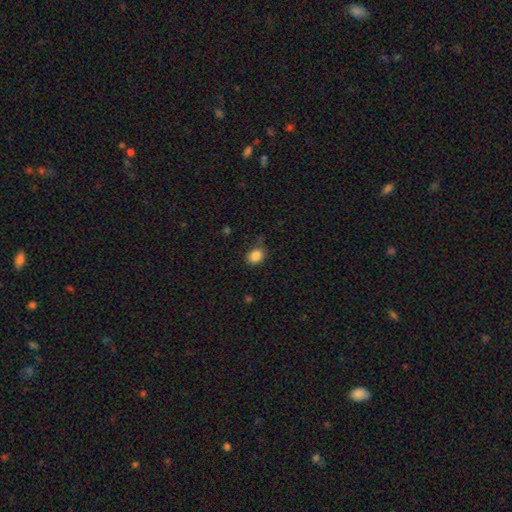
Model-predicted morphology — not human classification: type=smooth (85%); roundness=round (52%); merging=none (72%).